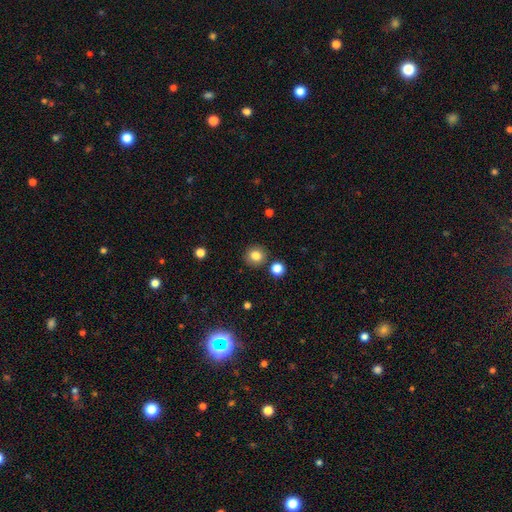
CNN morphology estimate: Smooth or featured? Predicted: smooth (p=0.83). How rounded? Predicted: round (p=0.91). Merging? Predicted: none (p=0.87).